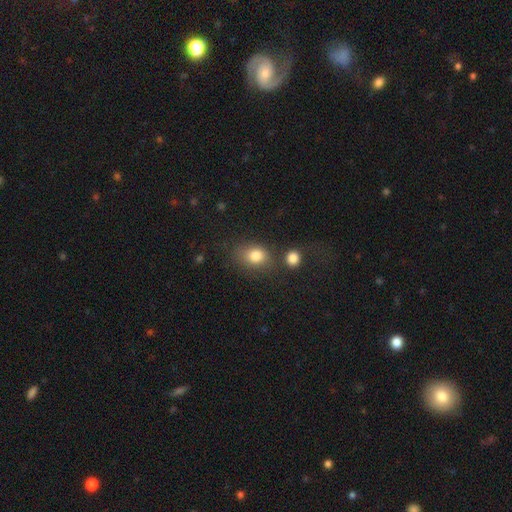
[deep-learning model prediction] This appears to be a smooth galaxy with no disk features (81%) that is in between round and cigar-shaped (55%). Merging: none (64%).